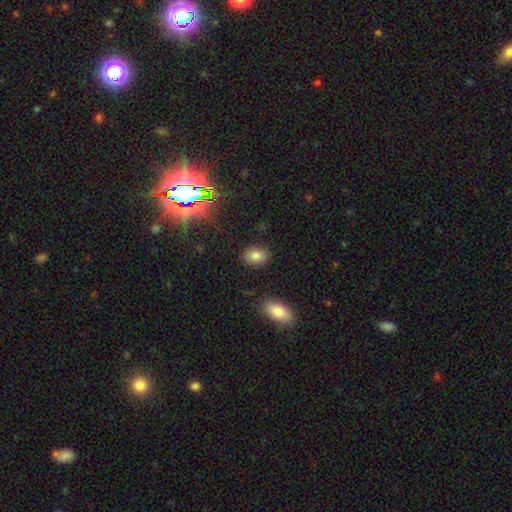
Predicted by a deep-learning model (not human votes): Overall: smooth (81%). How rounded: in between (74%). Merging: none (85%).